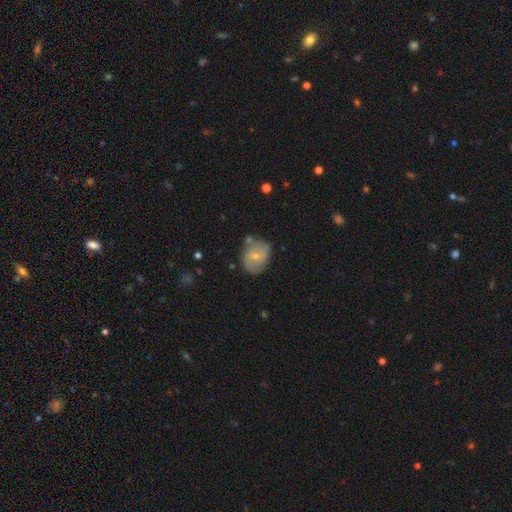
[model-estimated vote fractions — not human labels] smooth-or-featured: featured or disk: 48% | smooth: 45% | star or artifact: 7%
  merging: none: 60% | minor disturbance: 25% | merger: 8% | major disturbance: 7%